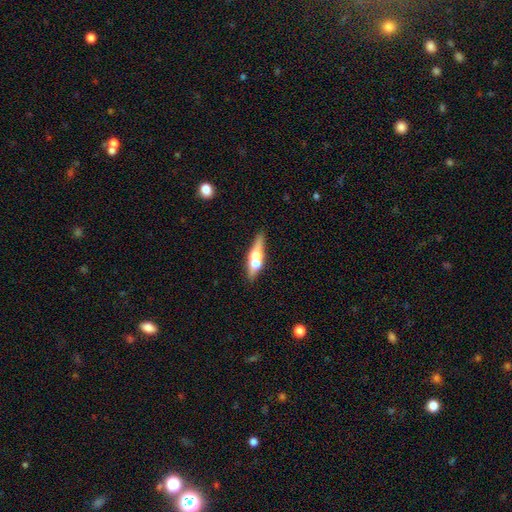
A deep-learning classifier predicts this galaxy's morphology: Smooth or featured? Predicted: featured or disk (p=0.51). Edge-on disk? Predicted: yes (p=0.81). Merging? Predicted: none (p=0.54).